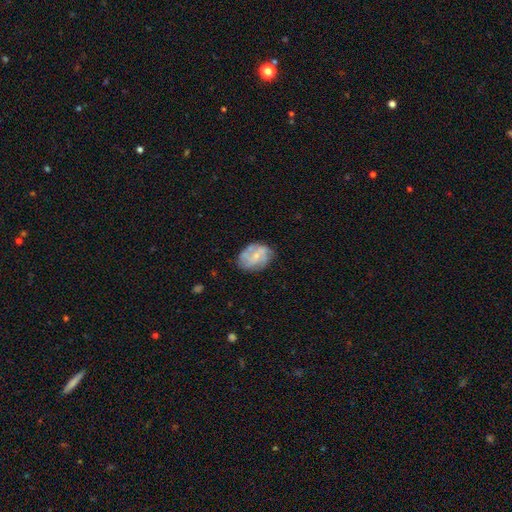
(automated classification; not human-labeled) Overall: featured or disk (66%; smooth 27%). Edge-on disk: no (98%). Bar: no (68%). Spiral arms: yes (74%). Bulge size: small (63%; moderate 25%). Merging: none (66%).